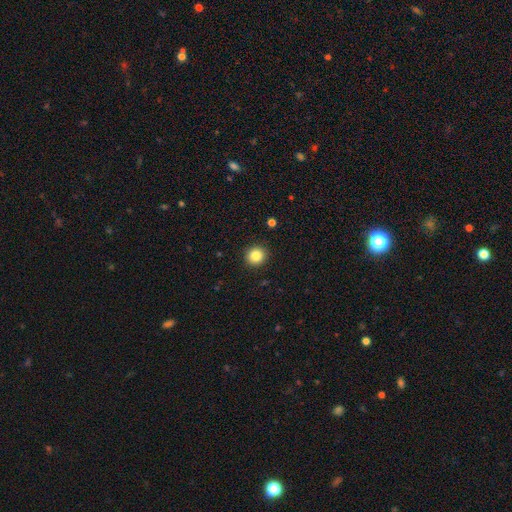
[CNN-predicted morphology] Smooth or featured? Predicted: smooth (p=0.85). How rounded? Predicted: round (p=0.90). Merging? Predicted: none (p=0.92).